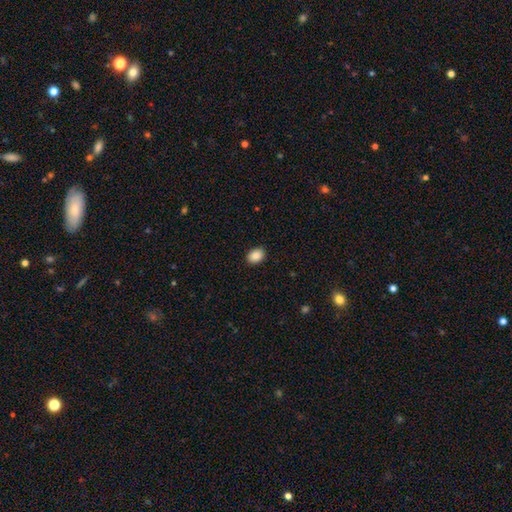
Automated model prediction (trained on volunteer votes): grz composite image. It shows a smooth galaxy with no disk features (89%) that is in between round and cigar-shaped (66%). Merging: none (90%).